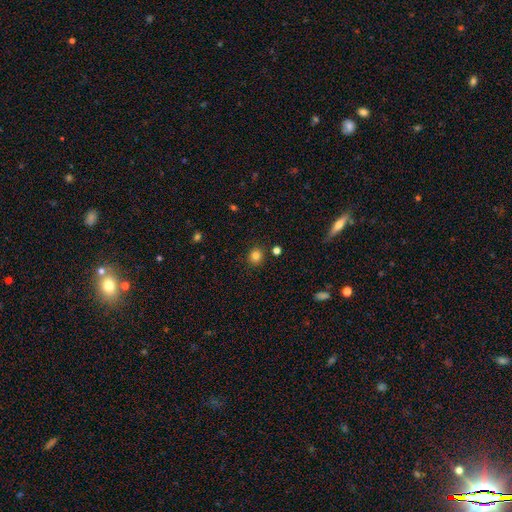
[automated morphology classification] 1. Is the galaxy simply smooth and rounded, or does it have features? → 82% smooth, 13% star or artifact, 5% featured or disk.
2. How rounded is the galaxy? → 85% round, 14% in between, 1% cigar-shaped.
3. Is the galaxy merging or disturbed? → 87% none, 7% minor disturbance, 3% merger, 2% major disturbance.